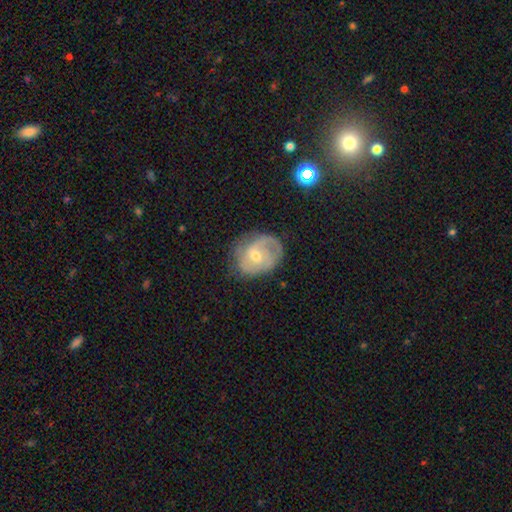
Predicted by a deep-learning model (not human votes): This appears to be a featured or disk galaxy (71%) with no bar (54%), 2 (47%) medium (43%) spiral arms (86%) and a small central bulge (51%). Merging: none (61%).